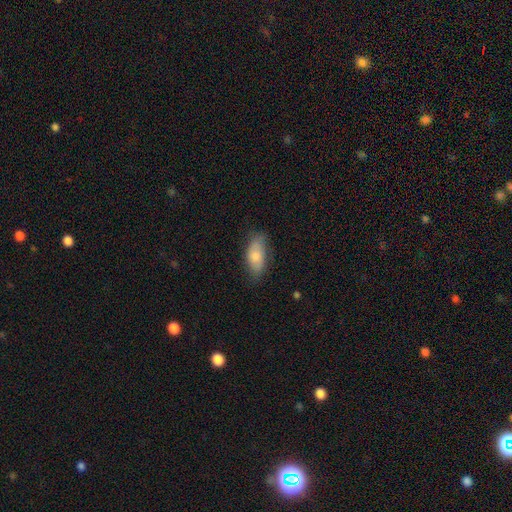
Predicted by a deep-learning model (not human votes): This is likely a smooth galaxy (77%). How rounded: clearly in between (88%). Merging: likely none (67%).